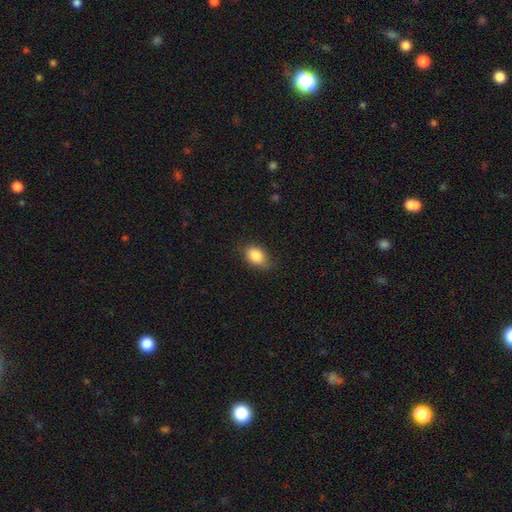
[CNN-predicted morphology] Smooth or featured: smooth — 86% (star or artifact — 8%)
How rounded: in between — 80% (round — 18%)
Merging: none — 76% (minor disturbance — 19%)